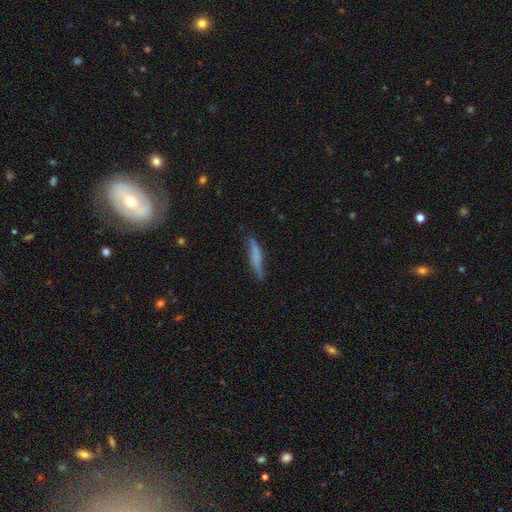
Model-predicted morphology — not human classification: This is possibly a smooth galaxy (56%). How rounded: clearly cigar-shaped (87%). Merging: likely none (68%).